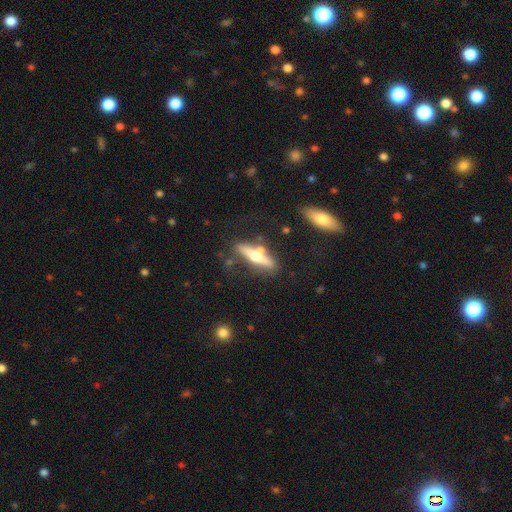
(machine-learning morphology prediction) Smooth or featured? featured or disk (64%)
Edge-on disk? yes (93%)
Edge-on bulge? rounded (94%)
Merging? none (72%)